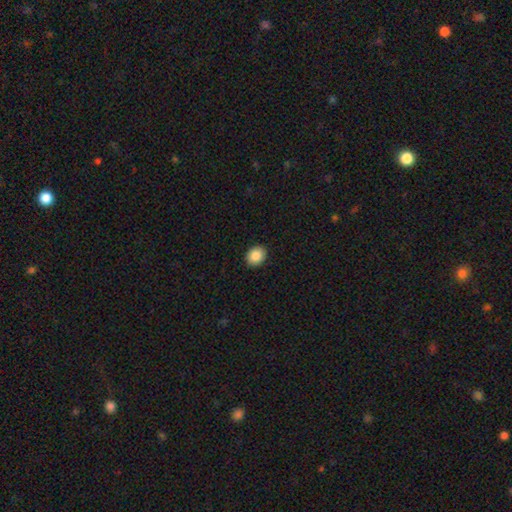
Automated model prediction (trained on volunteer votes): Smooth or featured? Predicted: smooth (p=0.87). How rounded? Predicted: round (p=0.60). Merging? Predicted: none (p=0.91).